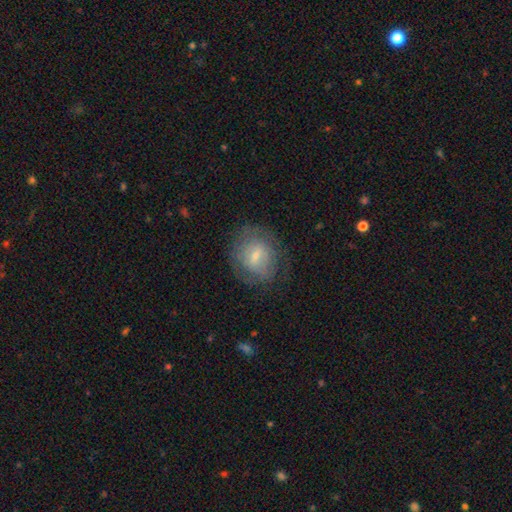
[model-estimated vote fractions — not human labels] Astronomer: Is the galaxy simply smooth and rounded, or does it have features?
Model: smooth — 52% (runner-up: featured or disk, 39%).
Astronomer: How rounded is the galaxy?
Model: round — 72%.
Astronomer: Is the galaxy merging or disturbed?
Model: none — 72%.